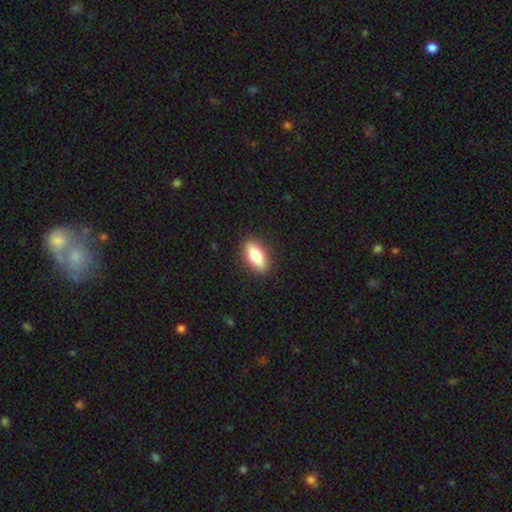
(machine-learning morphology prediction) smooth_or_featured: smooth (p=0.76) [alt: featured or disk p=0.18]
how_rounded: in between (p=0.76) [alt: cigar-shaped p=0.21]
merging: none (p=0.89) [alt: minor disturbance p=0.08]